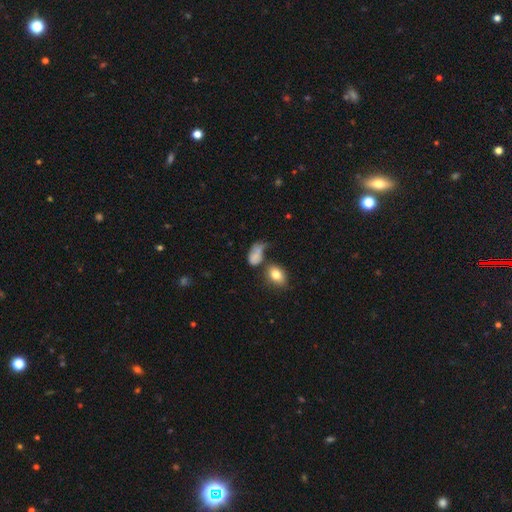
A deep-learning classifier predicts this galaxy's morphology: Smooth or featured? smooth (72%)
How rounded? in between (81%)
Merging? major disturbance (27%)